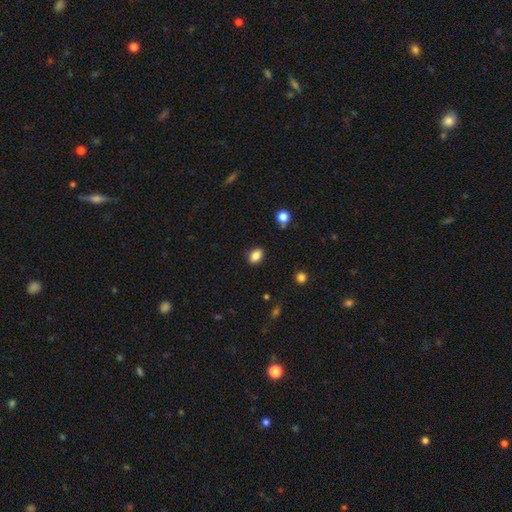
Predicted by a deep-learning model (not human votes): A smooth galaxy with no disk features (85%) that is in between round and cigar-shaped (69%). Merging: none (86%).